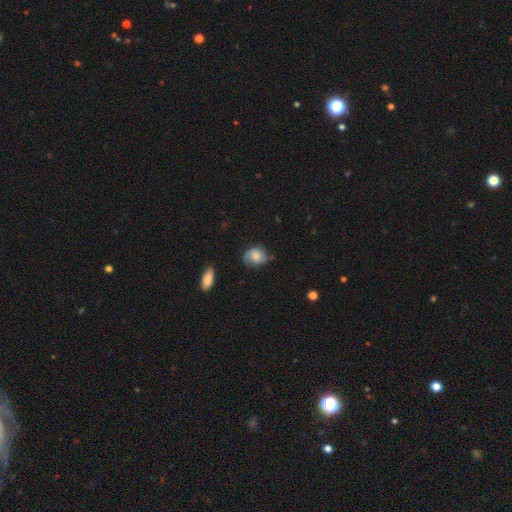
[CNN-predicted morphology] A smooth galaxy with no disk features (58%) that is round (62%).

Vote fractions:
- Smooth or featured? smooth: 58% / featured or disk: 34% / star or artifact: 8%
- How rounded? round: 62% / in between: 37% / cigar-shaped: 1%
- Merging? none: 61% / minor disturbance: 29% / major disturbance: 8% / merger: 2%